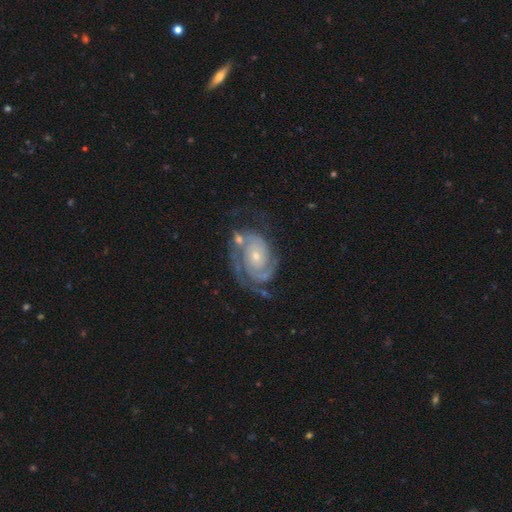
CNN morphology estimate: smooth-or-featured: featured or disk: 89% | smooth: 6% | star or artifact: 5%
  disk-edge-on: no: 97% | yes: 3%
    bar: no: 74% | weak: 20% | strong: 6%
    has-spiral-arms: yes: 97% | no: 3%
      spiral-winding: tight: 67% | medium: 27% | loose: 6%
      spiral-arm-count: 2: 64% | 3: 13% | can't tell: 12% | 1: 5% | 4: 3% | more than 4: 3%
    bulge-size: small: 66% | moderate: 29% | none: 2% | large: 2% | dominant: 1%
  merging: none: 62% | minor disturbance: 19% | major disturbance: 13% | merger: 6%